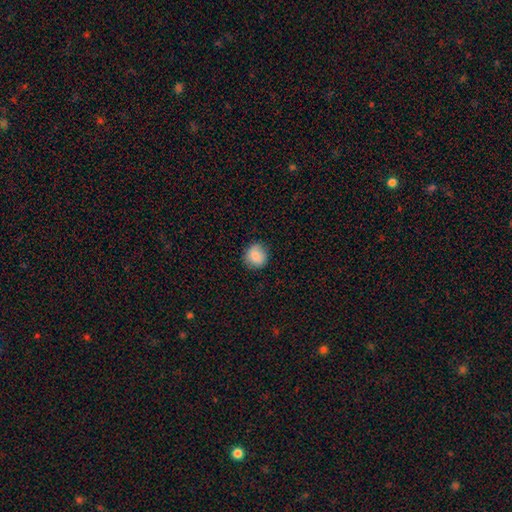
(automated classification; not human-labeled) smooth-or-featured: smooth: 84% | star or artifact: 8% | featured or disk: 7%
  how-rounded: round: 87% | in between: 12% | cigar-shaped: 1%
  merging: none: 85% | minor disturbance: 11% | major disturbance: 3% | merger: 1%